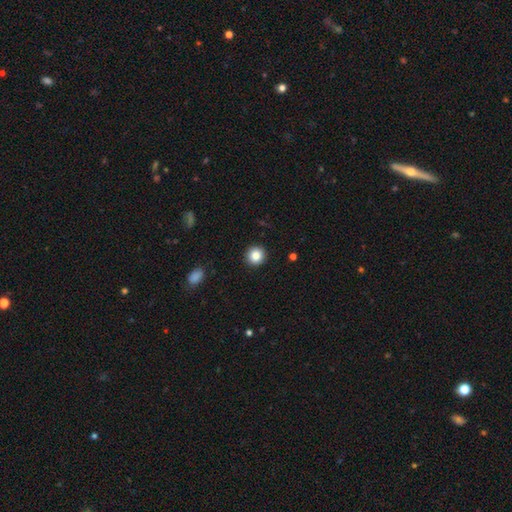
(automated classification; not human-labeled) smooth 86%, star or artifact 10%, featured or disk 4%. Down the decision tree: how rounded — round (94%); merging — none (92%).